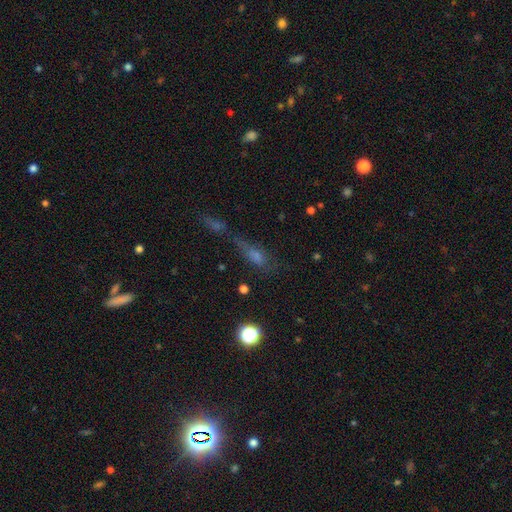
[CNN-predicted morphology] A smooth galaxy with no disk features (42%).

Vote fractions:
- Smooth or featured? smooth: 42% / star or artifact: 33% / featured or disk: 25%
- Merging? none: 39% / merger: 25% / major disturbance: 19% / minor disturbance: 17%